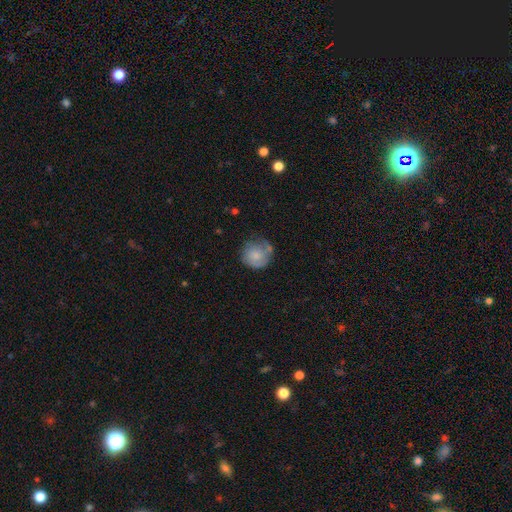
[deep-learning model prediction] Smooth or featured? Predicted: smooth (p=0.62). How rounded? Predicted: round (p=0.89). Merging? Predicted: none (p=0.55).